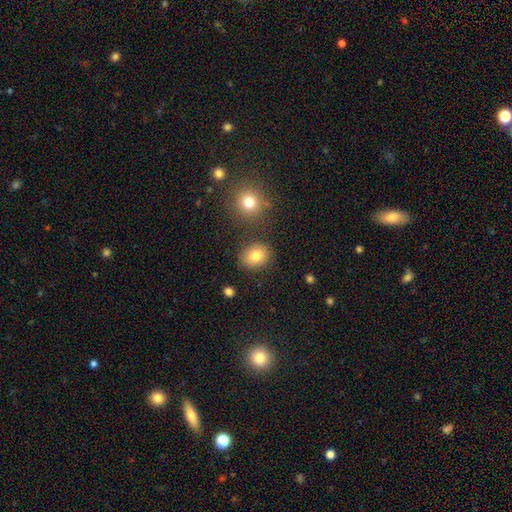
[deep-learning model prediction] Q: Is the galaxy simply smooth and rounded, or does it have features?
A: smooth — 80%.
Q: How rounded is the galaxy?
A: round — 62%.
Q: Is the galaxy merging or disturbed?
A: none — 83%.